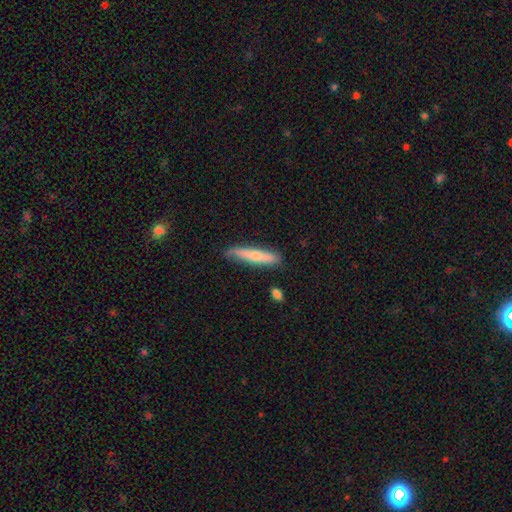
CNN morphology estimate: This is likely a smooth galaxy (65%). How rounded: clearly cigar-shaped (88%). Merging: likely none (76%).